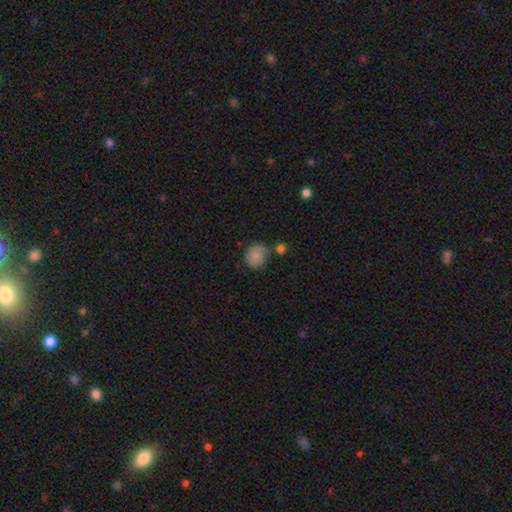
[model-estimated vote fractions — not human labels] Smooth or featured? Predicted: smooth (p=0.84). How rounded? Predicted: round (p=0.78). Merging? Predicted: none (p=0.65).